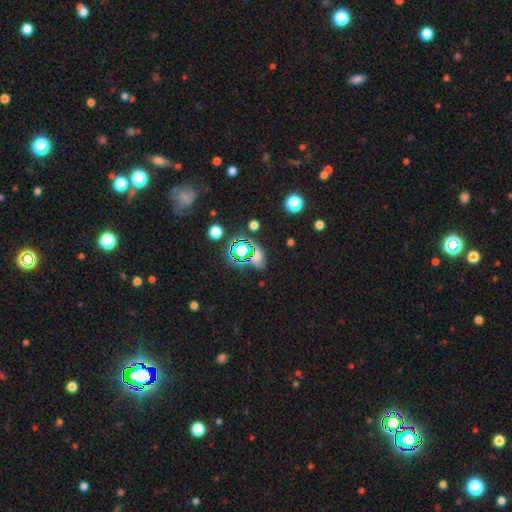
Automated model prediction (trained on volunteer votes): The model was most divided on "smooth or featured": star or artifact: 55%, smooth: 33%, featured or disk: 11%.